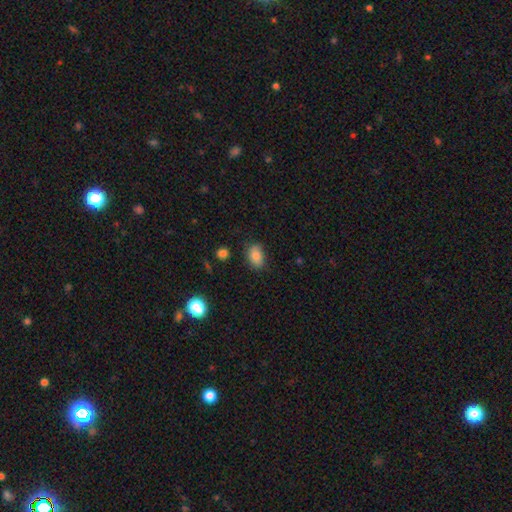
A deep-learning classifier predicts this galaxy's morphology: Smooth or featured?
  - smooth: 85% *
  - star or artifact: 9%
  - featured or disk: 6%
How rounded?
  - in between: 85% *
  - round: 14%
  - cigar-shaped: 1%
Merging?
  - none: 77% *
  - minor disturbance: 17%
  - major disturbance: 4%
  - merger: 2%